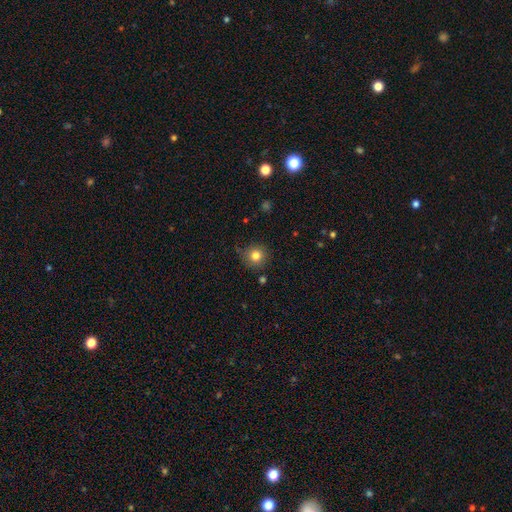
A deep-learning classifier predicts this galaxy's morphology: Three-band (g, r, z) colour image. It shows a smooth galaxy with no disk features (81%) that is round (93%). Merging: none (85%).